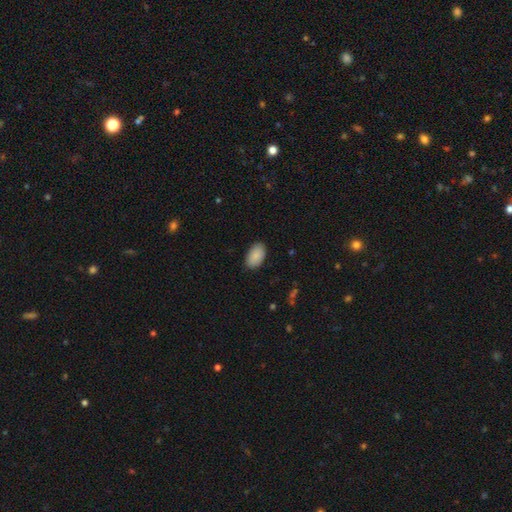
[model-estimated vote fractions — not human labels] This appears to be a smooth galaxy with no disk features (89%) that is in between round and cigar-shaped (94%). Merging: none (86%).